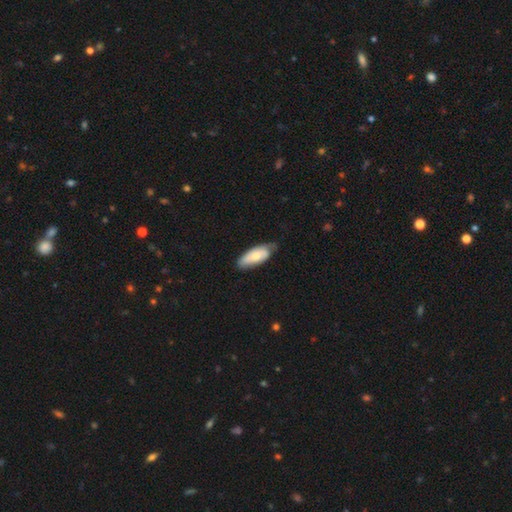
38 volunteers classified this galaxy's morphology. This is possibly a smooth galaxy (58%). How rounded: likely in between (73%). Merging: likely none (62%).